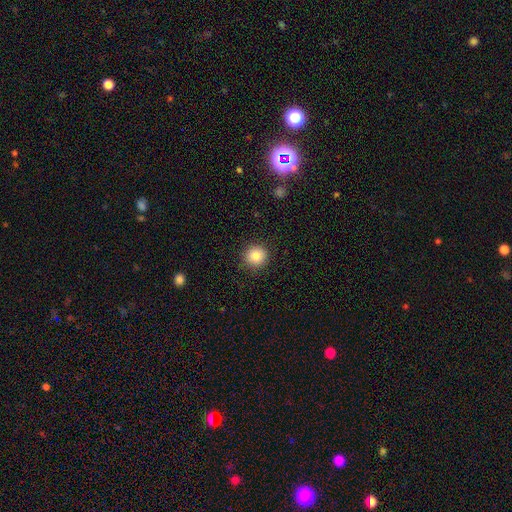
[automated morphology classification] smooth-or-featured: smooth: 85% | star or artifact: 10% | featured or disk: 5%
  how-rounded: round: 92% | in between: 7% | cigar-shaped: 1%
  merging: none: 90% | minor disturbance: 7% | major disturbance: 2% | merger: 1%